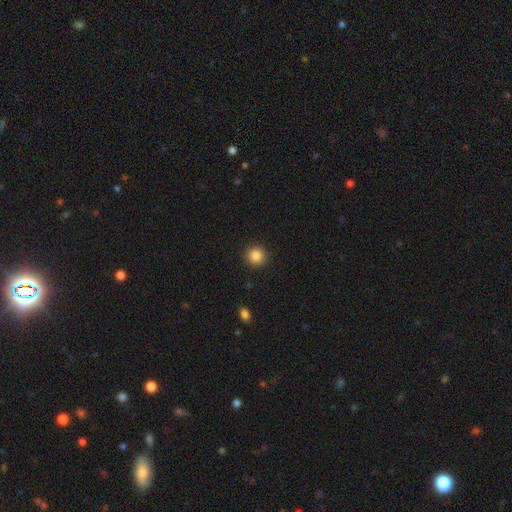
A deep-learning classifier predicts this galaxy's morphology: smooth_or_featured: smooth (p=0.86) [alt: star or artifact p=0.10]
how_rounded: round (p=0.93) [alt: in between p=0.06]
merging: none (p=0.92) [alt: minor disturbance p=0.05]